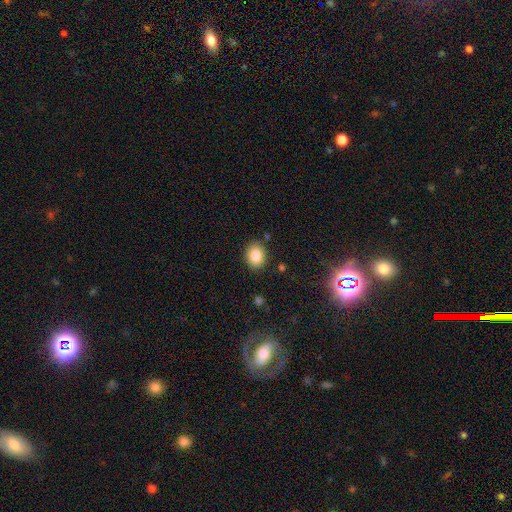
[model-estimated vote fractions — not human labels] This is clearly a smooth galaxy (84%). How rounded: possibly in between (55%). Merging: clearly none (86%).